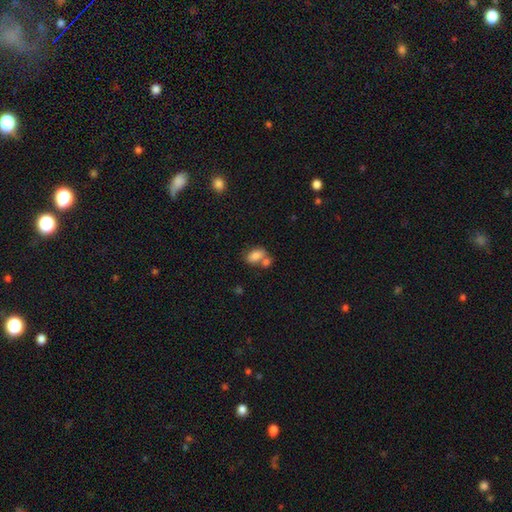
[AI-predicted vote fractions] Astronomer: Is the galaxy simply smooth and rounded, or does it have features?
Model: smooth — 80%.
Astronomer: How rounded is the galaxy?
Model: in between — 88%.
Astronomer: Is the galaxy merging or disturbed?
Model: none — 44% (runner-up: merger, 39%).